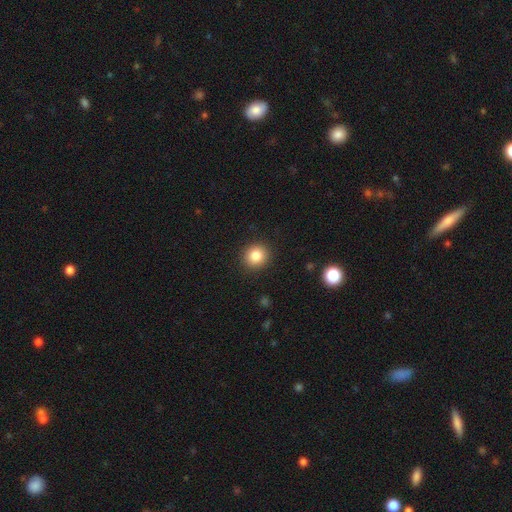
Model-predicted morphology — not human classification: Overall: smooth (84%). How rounded: round (90%). Merging: none (92%).